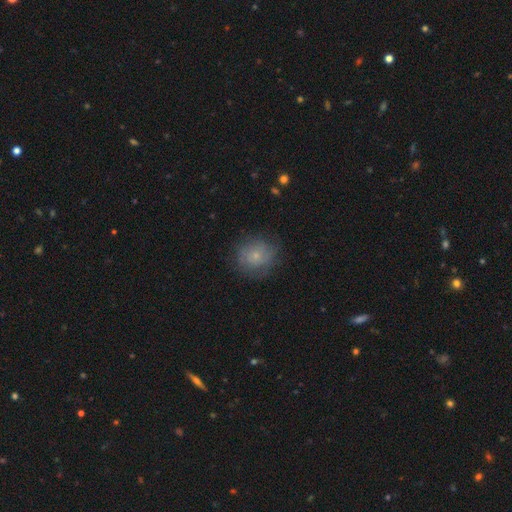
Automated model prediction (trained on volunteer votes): A smooth galaxy with no disk features (66%) that is round (84%).

Vote fractions:
- Smooth or featured? smooth: 66% / featured or disk: 24% / star or artifact: 10%
- How rounded? round: 84% / in between: 15% / cigar-shaped: 1%
- Merging? none: 74% / minor disturbance: 17% / major disturbance: 7% / merger: 1%